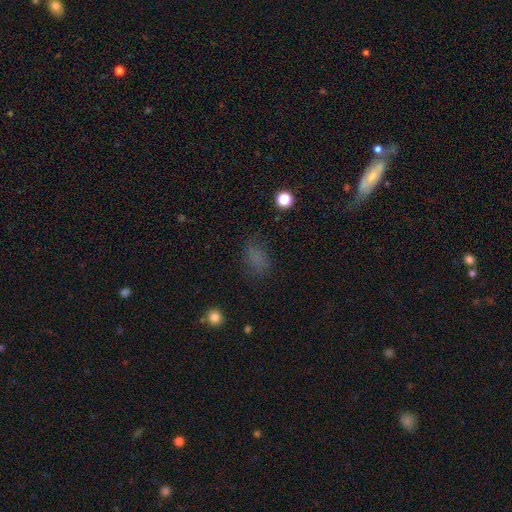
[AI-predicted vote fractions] smooth_or_featured: smooth (p=0.68) [alt: star or artifact p=0.21]
how_rounded: in between (p=0.80) [alt: round p=0.16]
merging: none (p=0.63) [alt: minor disturbance p=0.22]